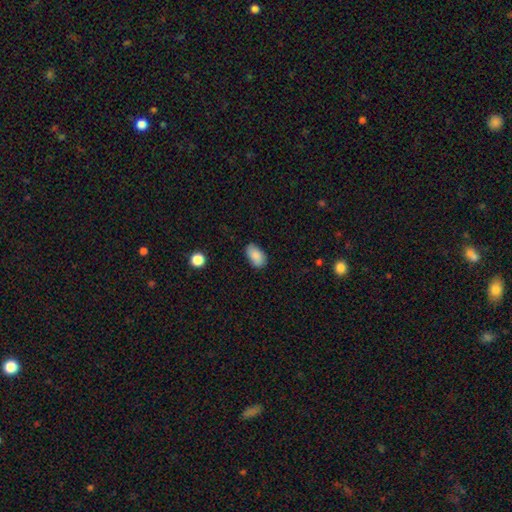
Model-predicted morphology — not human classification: Smooth or featured?
  - smooth: 87% *
  - star or artifact: 7%
  - featured or disk: 5%
How rounded?
  - in between: 93% *
  - round: 5%
  - cigar-shaped: 2%
Merging?
  - none: 81% *
  - minor disturbance: 15%
  - major disturbance: 3%
  - merger: 1%